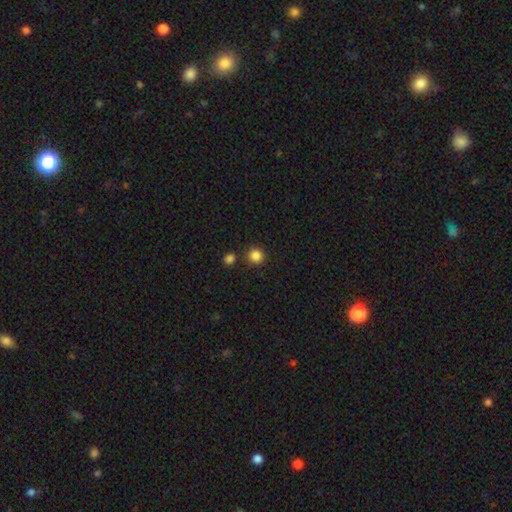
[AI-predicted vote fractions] A smooth galaxy with no disk features (86%) that is round (93%).

Vote fractions:
- Smooth or featured? smooth: 86% / star or artifact: 11% / featured or disk: 3%
- How rounded? round: 93% / in between: 6% / cigar-shaped: 1%
- Merging? none: 85% / minor disturbance: 7% / merger: 7% / major disturbance: 2%